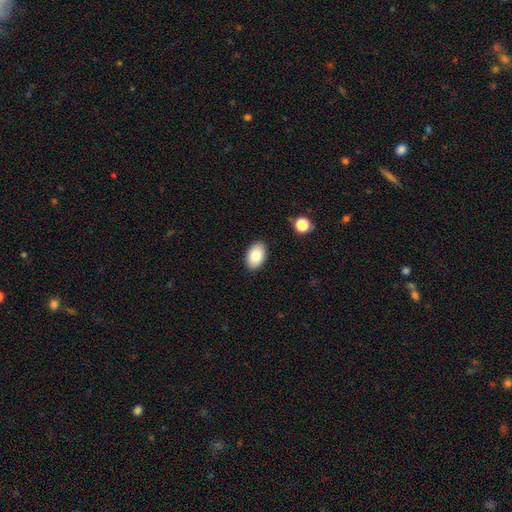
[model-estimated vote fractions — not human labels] This appears to be a smooth galaxy with no disk features (83%) that is in between round and cigar-shaped (90%). Merging: none (89%).